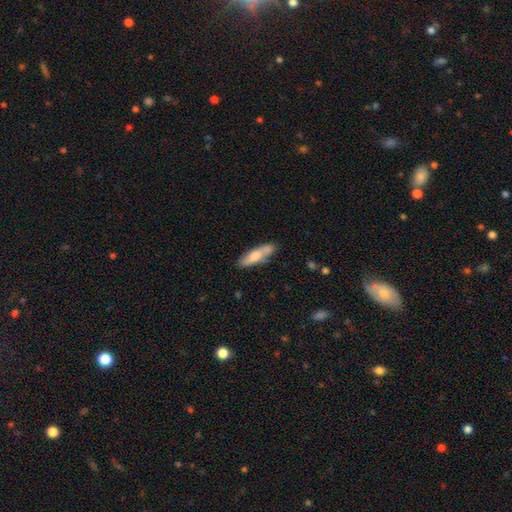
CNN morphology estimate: This is likely a smooth galaxy (68%). How rounded: possibly cigar-shaped (60%). Merging: likely none (71%).